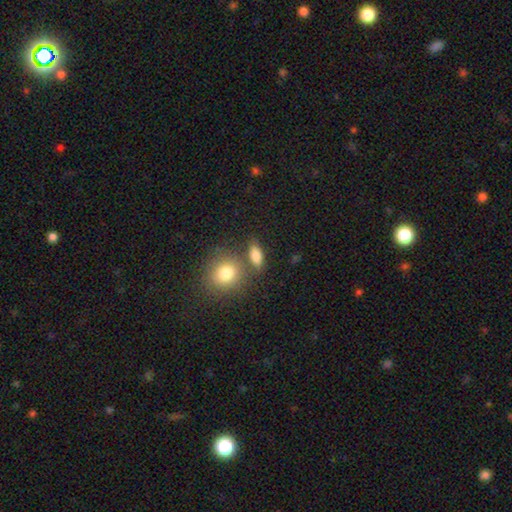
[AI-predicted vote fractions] smooth_or_featured: smooth (p=0.82) [alt: star or artifact p=0.10]
how_rounded: in between (p=0.75) [alt: round p=0.16]
merging: none (p=0.65) [alt: merger p=0.17]